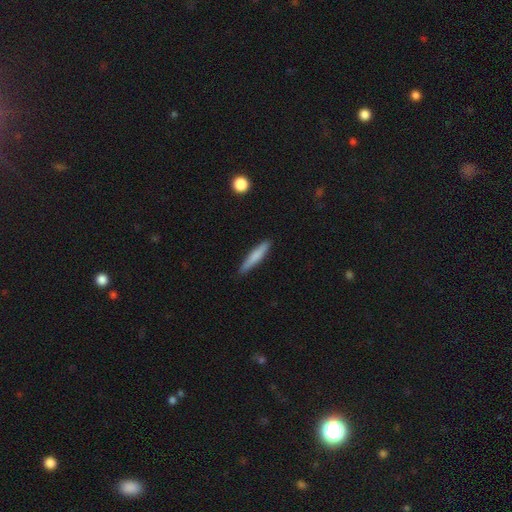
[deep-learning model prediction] The model was most divided on "smooth or featured": smooth: 72%, featured or disk: 22%, star or artifact: 5%. More confident: how rounded — cigar-shaped (92%); merging — none (87%).